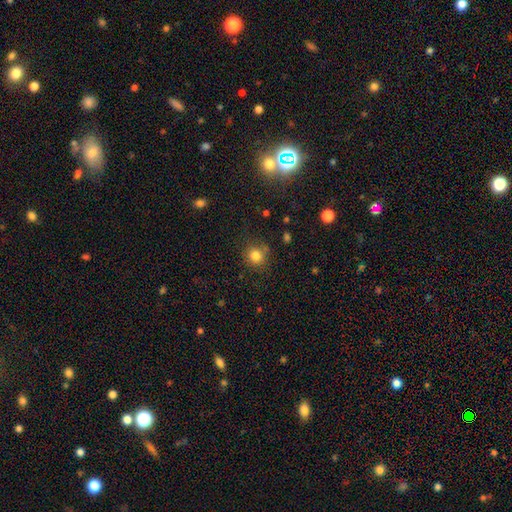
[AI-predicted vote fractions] This appears to be a smooth galaxy with no disk features (81%) that is round (88%). Merging: none (78%).